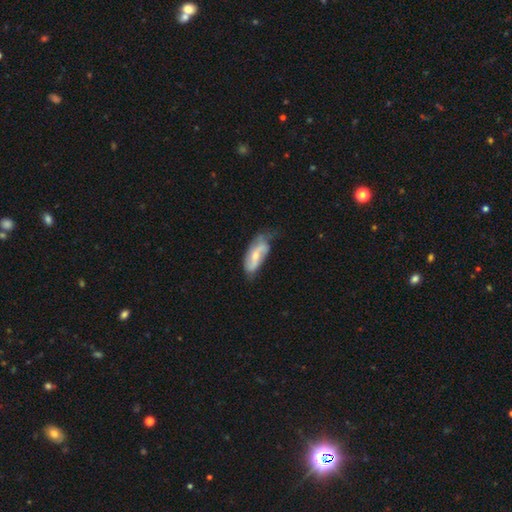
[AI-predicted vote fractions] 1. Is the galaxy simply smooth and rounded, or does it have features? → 66% featured or disk, 29% smooth, 6% star or artifact.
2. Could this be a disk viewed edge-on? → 91% no, 9% yes.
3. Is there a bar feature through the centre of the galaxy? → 40% weak, 34% no, 26% strong.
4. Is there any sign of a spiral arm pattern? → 85% yes, 15% no.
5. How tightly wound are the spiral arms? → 55% loose, 31% medium, 14% tight.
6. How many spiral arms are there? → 82% 2, 10% can't tell, 5% 1, 2% 3, 1% 4, 1% more than 4.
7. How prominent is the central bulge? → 49% moderate, 45% small, 3% none, 2% large, 1% dominant.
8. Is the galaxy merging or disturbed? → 48% none, 36% minor disturbance, 14% major disturbance, 3% merger.